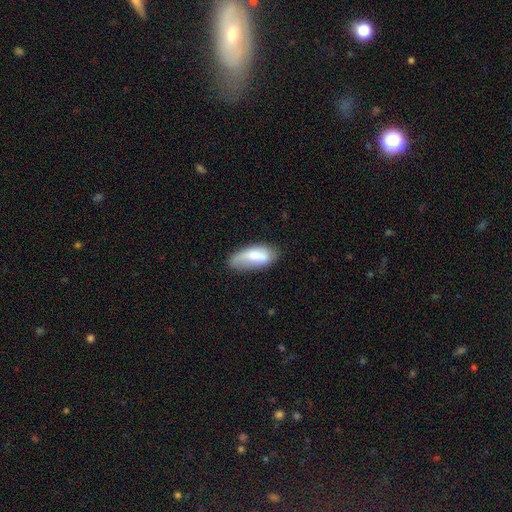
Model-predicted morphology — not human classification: A smooth galaxy with no disk features (71%) that is in between round and cigar-shaped (82%).

Vote fractions:
- Smooth or featured? smooth: 71% / featured or disk: 22% / star or artifact: 7%
- How rounded? in between: 82% / cigar-shaped: 16% / round: 2%
- Merging? none: 53% / minor disturbance: 31% / major disturbance: 13% / merger: 3%